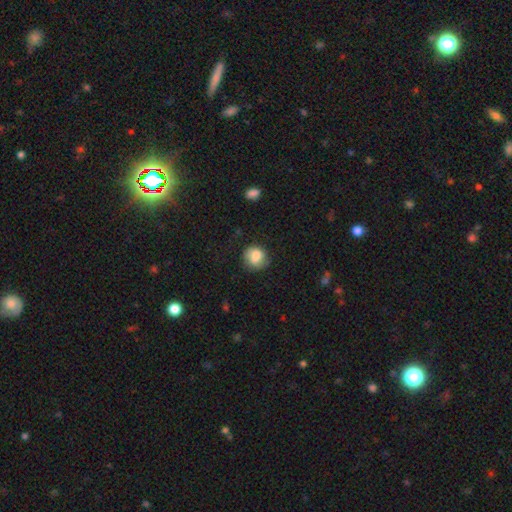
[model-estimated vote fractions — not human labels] Smooth or featured? smooth (76%)
How rounded? round (79%)
Merging? none (69%)